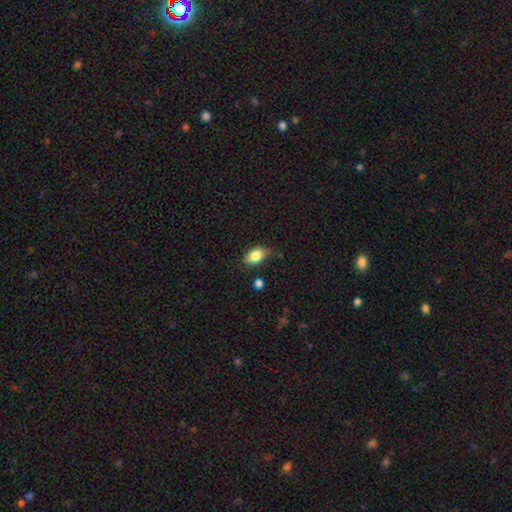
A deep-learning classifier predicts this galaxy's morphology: Smooth or featured? smooth (83%)
How rounded? in between (87%)
Merging? none (71%)